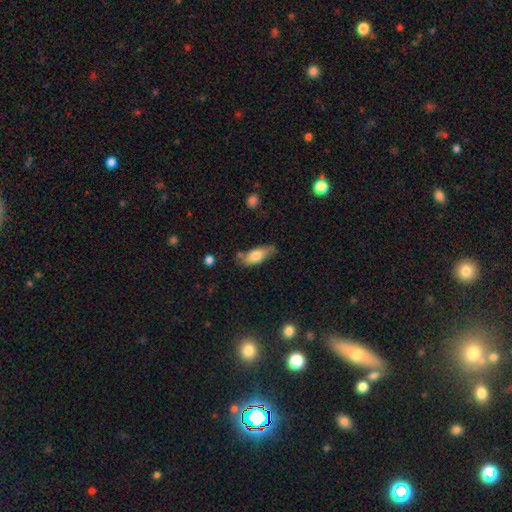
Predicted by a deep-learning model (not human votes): Smooth or featured: smooth — 71% (featured or disk — 23%)
How rounded: in between — 74% (cigar-shaped — 23%)
Merging: none — 64% (minor disturbance — 26%)